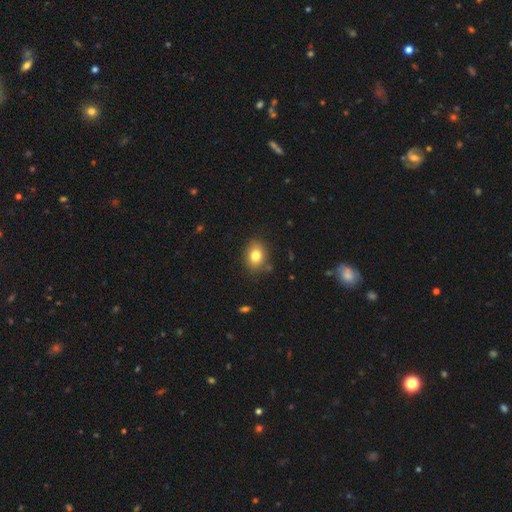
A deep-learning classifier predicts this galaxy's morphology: smooth_or_featured: smooth (p=0.80) [alt: star or artifact p=0.10]
how_rounded: in between (p=0.62) [alt: round p=0.37]
merging: none (p=0.84) [alt: minor disturbance p=0.11]